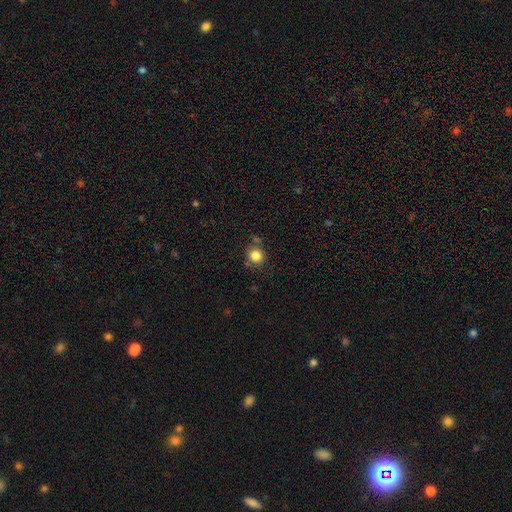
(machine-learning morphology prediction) type=smooth (84%); roundness=round (91%); merging=none (78%).